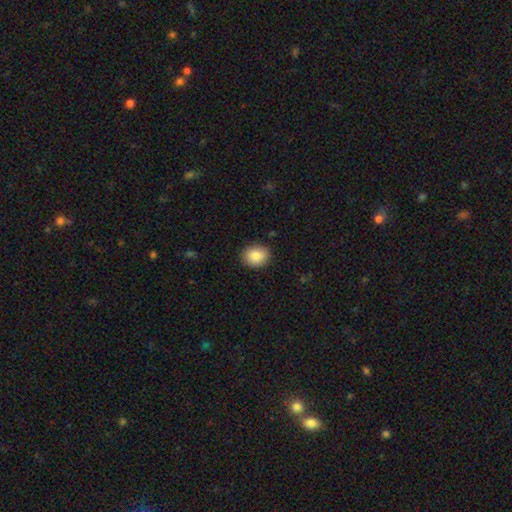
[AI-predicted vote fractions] The model was most divided on "how rounded": round: 64%, in between: 35%, cigar-shaped: 1%. More confident: merging — none (89%); smooth or featured — smooth (86%).